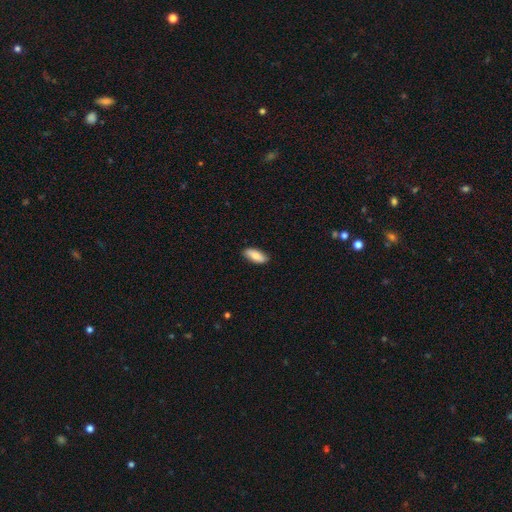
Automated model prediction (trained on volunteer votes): The model was most divided on "how rounded": in between: 81%, cigar-shaped: 17%, round: 2%. More confident: merging — none (87%); smooth or featured — smooth (82%).